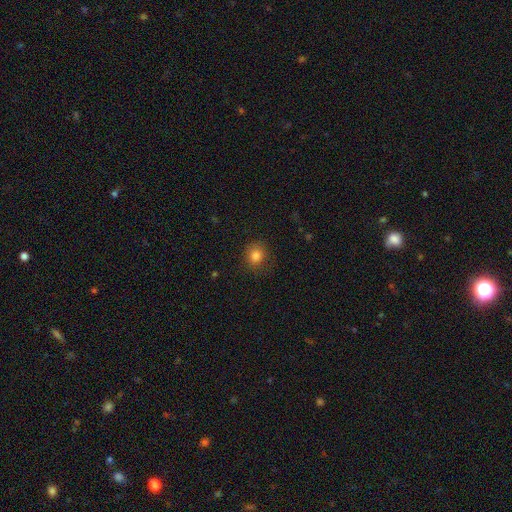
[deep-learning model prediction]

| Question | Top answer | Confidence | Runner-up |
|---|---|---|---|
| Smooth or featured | smooth | 82% | star or artifact (12%) |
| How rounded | round | 80% | in between (19%) |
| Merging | none | 84% | minor disturbance (11%) |